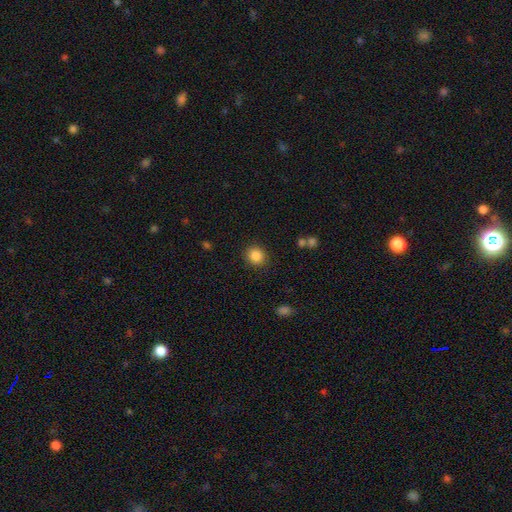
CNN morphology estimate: Smooth or featured?
  - smooth: 86% *
  - star or artifact: 9%
  - featured or disk: 4%
How rounded?
  - round: 82% *
  - in between: 17%
  - cigar-shaped: 1%
Merging?
  - none: 88% *
  - minor disturbance: 8%
  - major disturbance: 3%
  - merger: 1%